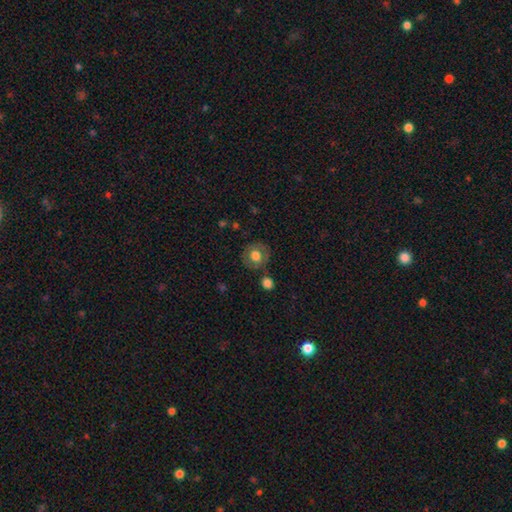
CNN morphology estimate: Smooth or featured?
  - smooth: 67% *
  - featured or disk: 25%
  - star or artifact: 8%
How rounded?
  - round: 84% *
  - in between: 15%
  - cigar-shaped: 1%
Merging?
  - none: 77% *
  - minor disturbance: 13%
  - merger: 6%
  - major disturbance: 4%